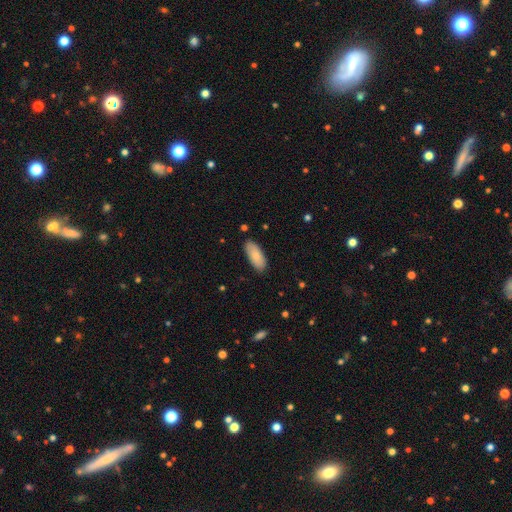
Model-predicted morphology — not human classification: Overall: smooth (84%). How rounded: in between (86%). Merging: none (85%).